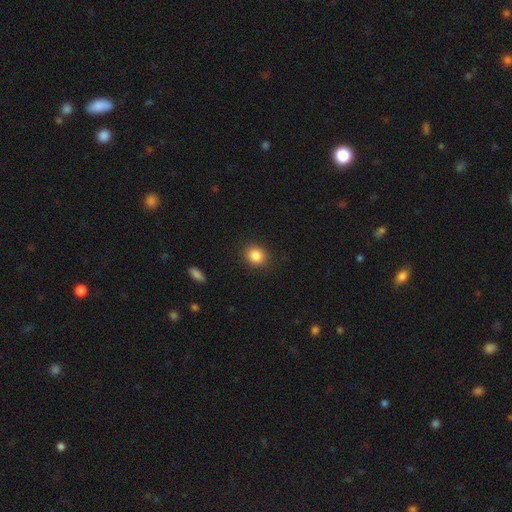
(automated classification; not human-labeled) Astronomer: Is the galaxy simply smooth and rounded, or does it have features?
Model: smooth — 85%.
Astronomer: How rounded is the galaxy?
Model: round — 73%.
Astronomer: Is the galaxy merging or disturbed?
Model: none — 89%.